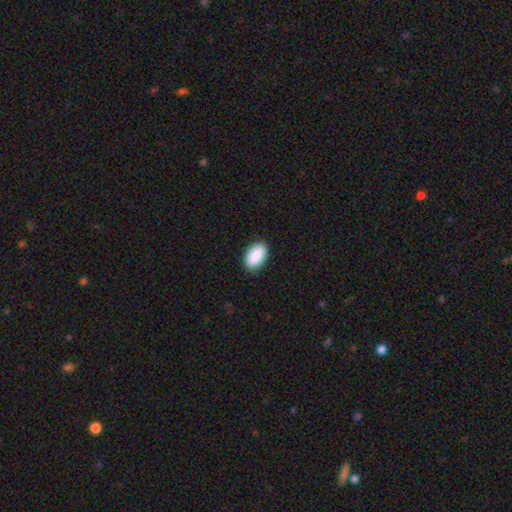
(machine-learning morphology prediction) type=smooth (89%); roundness=in between (93%); merging=none (87%).